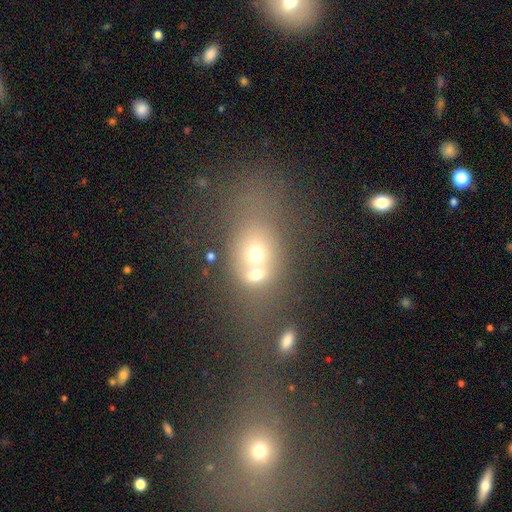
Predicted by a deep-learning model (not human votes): Morphology: type=smooth (52%); roundness=round (51%); merging=merger (59%).